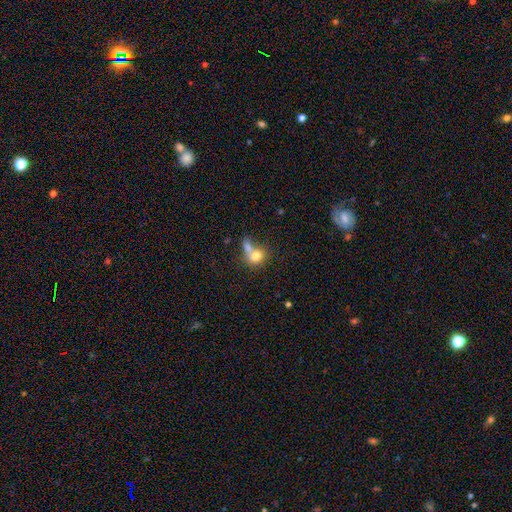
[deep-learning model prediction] Overall: smooth (76%). How rounded: round (60%; in between 39%). Merging: merger (55%; none 30%).